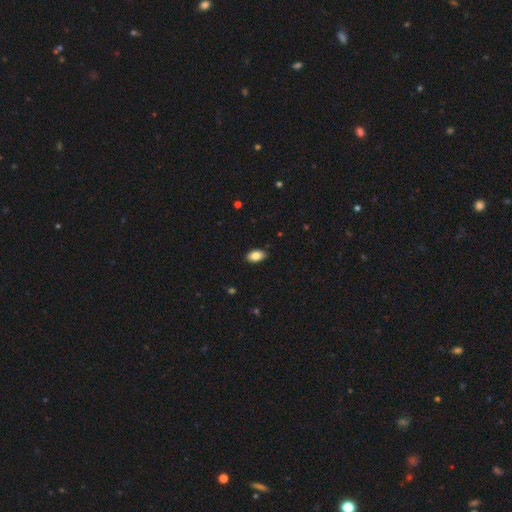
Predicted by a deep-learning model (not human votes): This appears to be a smooth galaxy with no disk features (85%) that is in between round and cigar-shaped (92%). Merging: none (88%).